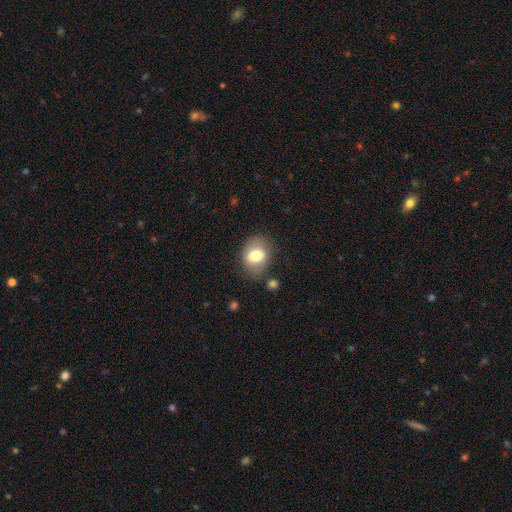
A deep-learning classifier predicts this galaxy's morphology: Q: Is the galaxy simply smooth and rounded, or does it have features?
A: smooth — 74%.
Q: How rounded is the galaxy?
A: in between — 59%.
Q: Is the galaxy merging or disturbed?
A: none — 76%.